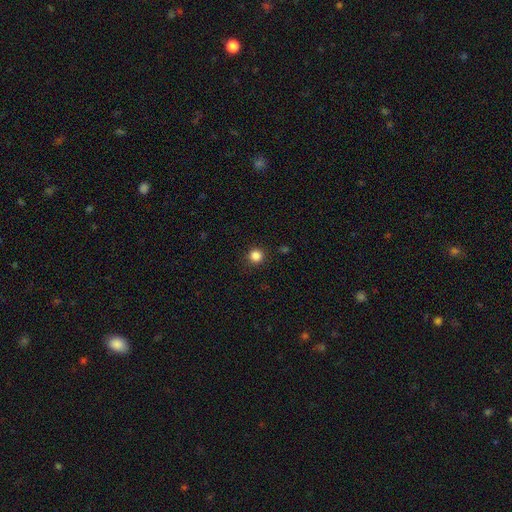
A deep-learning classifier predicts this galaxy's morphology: The model was most divided on "smooth or featured": smooth: 84%, star or artifact: 12%, featured or disk: 3%. More confident: how rounded — round (94%); merging — none (91%).